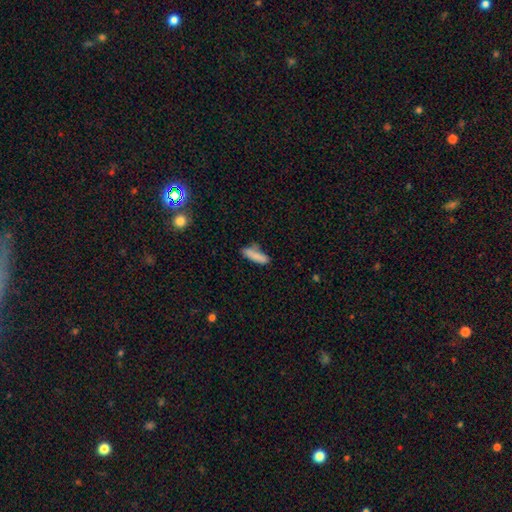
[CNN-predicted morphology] type=smooth (84%); roundness=cigar-shaped (60%); merging=none (63%).